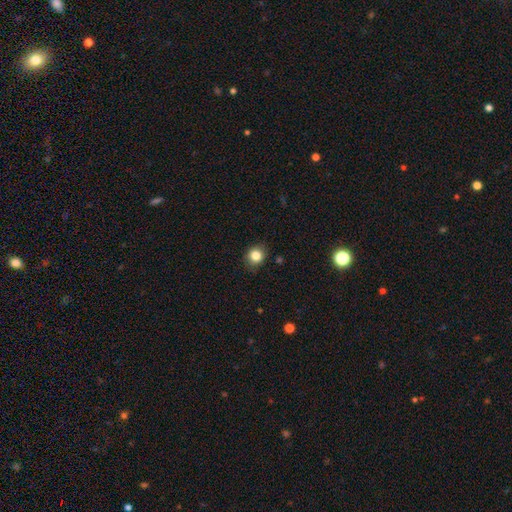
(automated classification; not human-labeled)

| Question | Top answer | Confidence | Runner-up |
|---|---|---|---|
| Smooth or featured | smooth | 83% | star or artifact (11%) |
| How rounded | round | 74% | in between (25%) |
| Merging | none | 85% | minor disturbance (12%) |